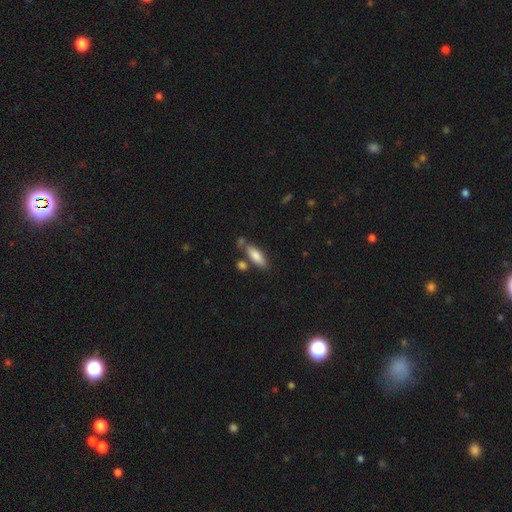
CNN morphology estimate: Smooth or featured? smooth (81%)
How rounded? in between (63%)
Merging? none (67%)